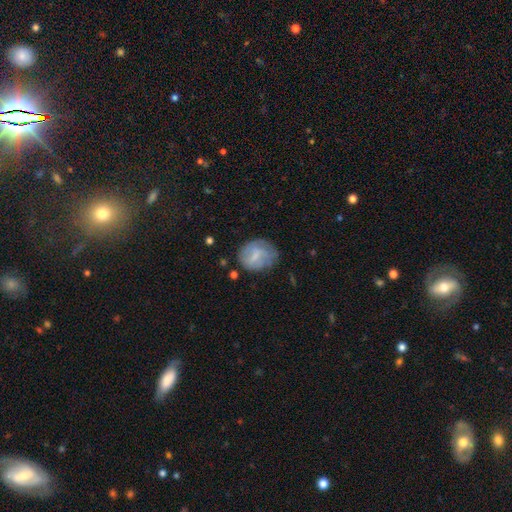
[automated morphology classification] Smooth or featured? Predicted: smooth (p=0.56). How rounded? Predicted: round (p=0.60). Merging? Predicted: none (p=0.55).